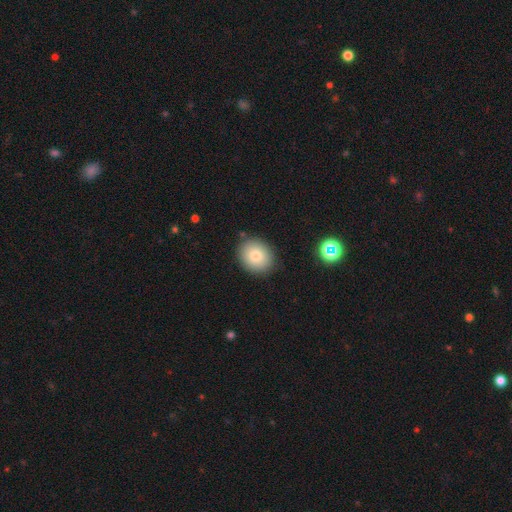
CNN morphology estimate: Overall: smooth (80%). How rounded: round (64%; in between 35%). Merging: none (87%).